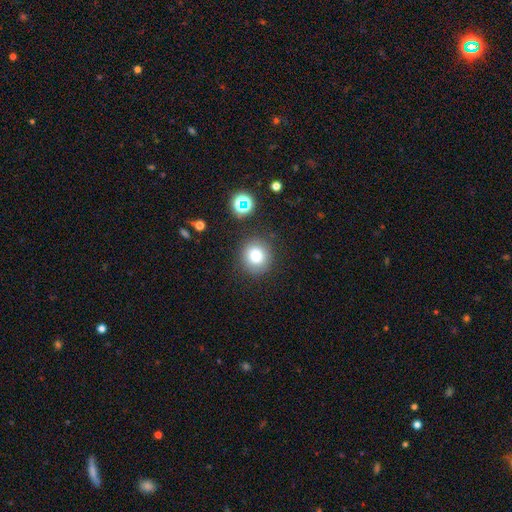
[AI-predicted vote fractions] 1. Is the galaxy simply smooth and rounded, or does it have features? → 78% smooth, 13% star or artifact, 9% featured or disk.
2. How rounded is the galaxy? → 91% round, 8% in between, 1% cigar-shaped.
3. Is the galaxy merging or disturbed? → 86% none, 8% minor disturbance, 3% major disturbance, 3% merger.